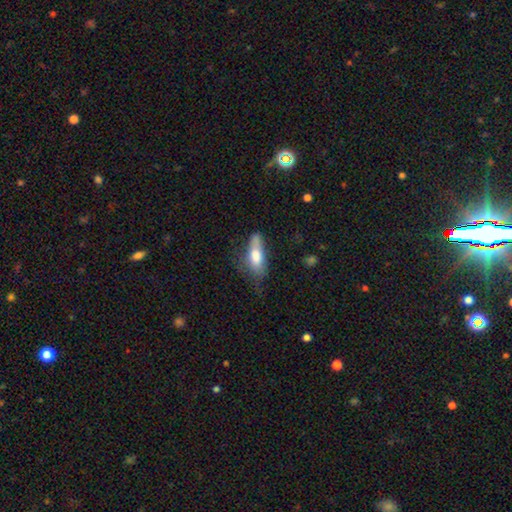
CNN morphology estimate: smooth-or-featured: smooth: 70% | featured or disk: 22% | star or artifact: 8%
  how-rounded: in between: 70% | cigar-shaped: 27% | round: 3%
  merging: none: 34% | minor disturbance: 33% | major disturbance: 24% | merger: 8%